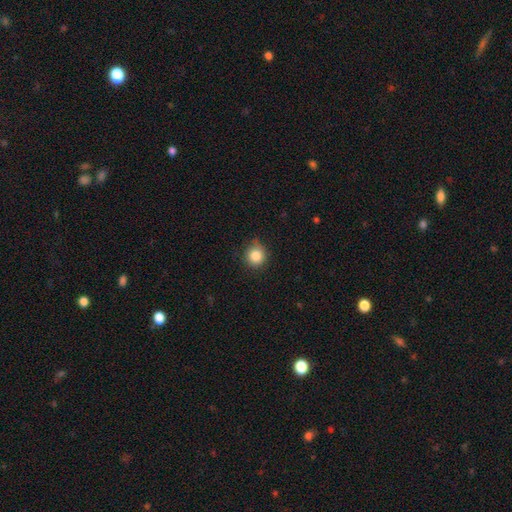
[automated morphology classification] Overall: smooth (85%). How rounded: round (92%). Merging: none (77%).